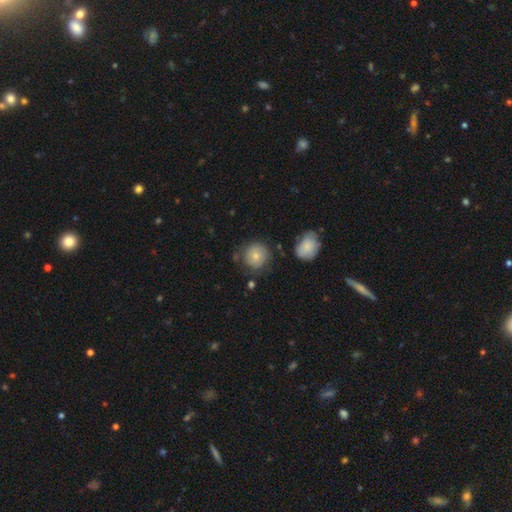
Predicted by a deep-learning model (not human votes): Q: Smooth or featured?
A: smooth (74%); runner-up: featured or disk (17%)
Q: How rounded?
A: round (90%); runner-up: in between (9%)
Q: Merging?
A: none (70%); runner-up: minor disturbance (19%)